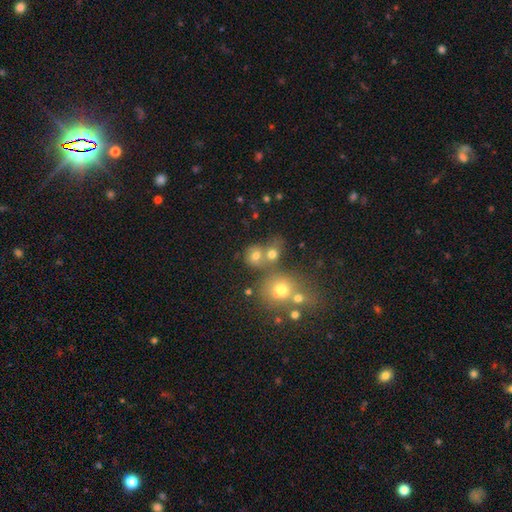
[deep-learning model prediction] Smooth or featured? Predicted: smooth (p=0.71). How rounded? Predicted: round (p=0.82). Merging? Predicted: none (p=0.52).